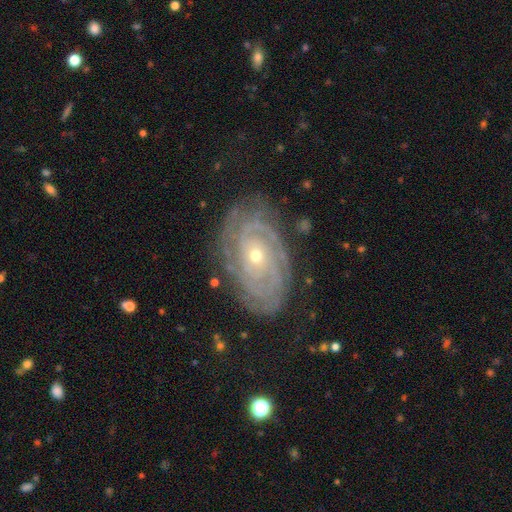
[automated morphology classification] Smooth or featured? featured or disk (89%)
Edge-on disk? no (96%)
Bar? no (77%)
Spiral arms? yes (97%)
Spiral winding? tight (85%)
Spiral arm count? 2 (28%)
Bulge size? small (67%)
Merging? none (79%)